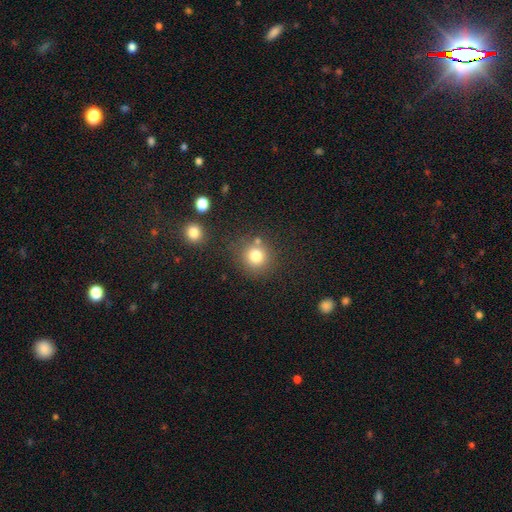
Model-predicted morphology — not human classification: Smooth or featured?
  - smooth: 80% *
  - star or artifact: 13%
  - featured or disk: 8%
How rounded?
  - round: 89% *
  - in between: 10%
  - cigar-shaped: 1%
Merging?
  - none: 75% *
  - minor disturbance: 11%
  - merger: 10%
  - major disturbance: 4%